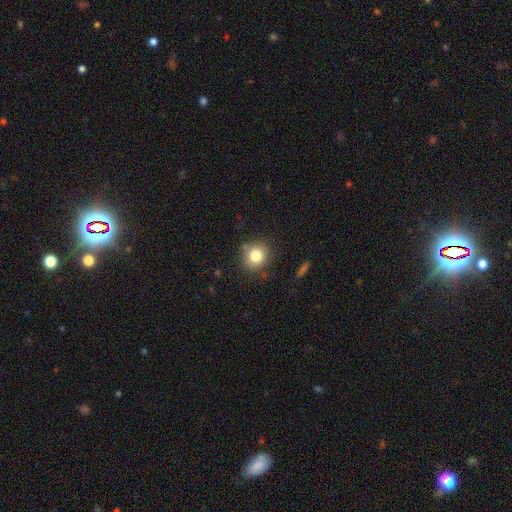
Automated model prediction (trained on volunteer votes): A smooth galaxy with no disk features (81%) that is round (82%).

Vote fractions:
- Smooth or featured? smooth: 81% / star or artifact: 11% / featured or disk: 8%
- How rounded? round: 82% / in between: 17% / cigar-shaped: 1%
- Merging? none: 83% / minor disturbance: 11% / major disturbance: 3% / merger: 3%